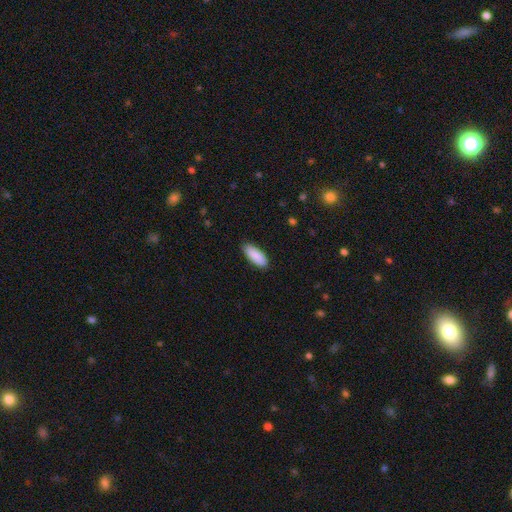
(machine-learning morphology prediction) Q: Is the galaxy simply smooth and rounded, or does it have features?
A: smooth — 89%.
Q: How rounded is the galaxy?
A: in between — 76%.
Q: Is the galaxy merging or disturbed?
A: none — 88%.